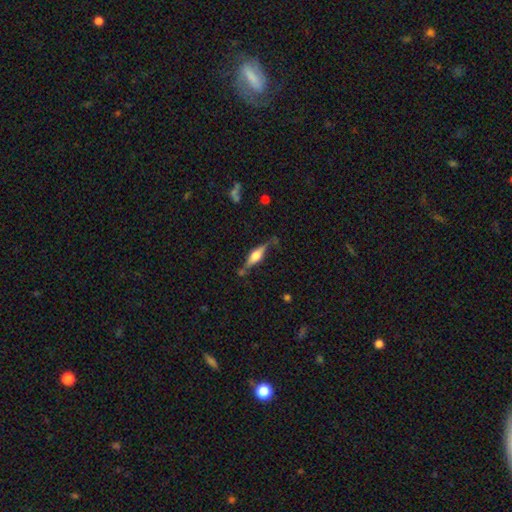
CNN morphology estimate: This is likely a featured or disk galaxy (71%). It is clearly viewed edge-on (94%). Edge-on bulge: clearly rounded (88%). Merging: likely none (69%).